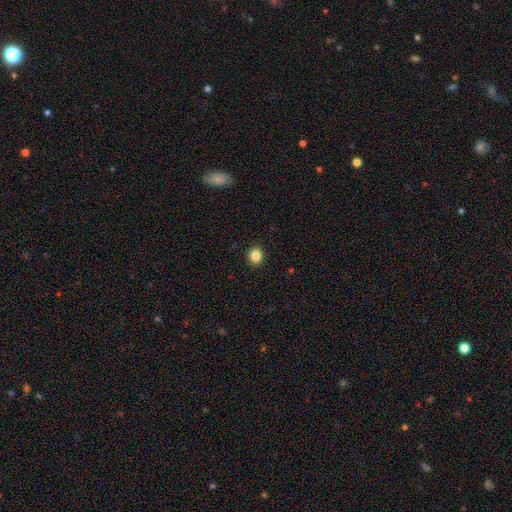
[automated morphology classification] Smooth or featured?
  - smooth: 84% *
  - star or artifact: 11%
  - featured or disk: 5%
How rounded?
  - round: 82% *
  - in between: 17%
  - cigar-shaped: 1%
Merging?
  - none: 92% *
  - minor disturbance: 5%
  - major disturbance: 2%
  - merger: 1%